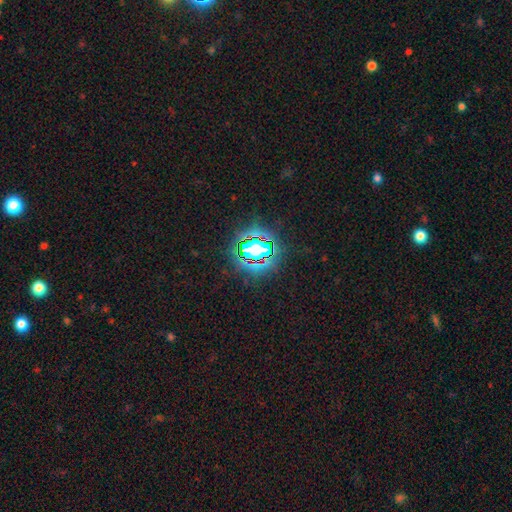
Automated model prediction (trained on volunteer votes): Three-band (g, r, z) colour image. It shows a star or artifact, not a galaxy (81%).